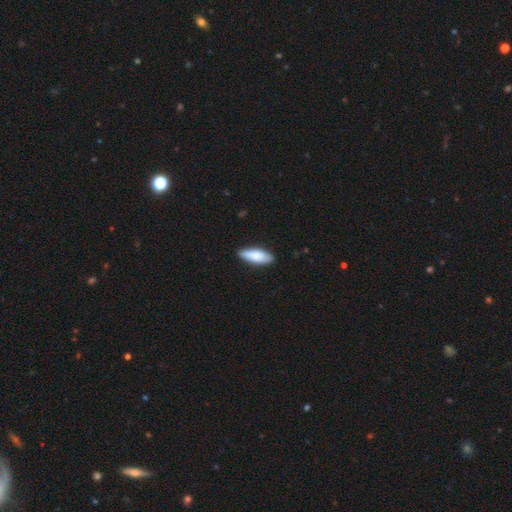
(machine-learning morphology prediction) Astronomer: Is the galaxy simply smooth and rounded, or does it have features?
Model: smooth — 86%.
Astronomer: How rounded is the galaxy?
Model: in between — 65%.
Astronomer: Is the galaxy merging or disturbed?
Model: none — 87%.